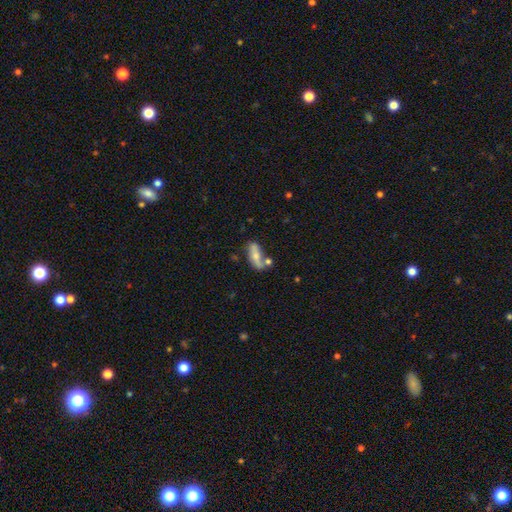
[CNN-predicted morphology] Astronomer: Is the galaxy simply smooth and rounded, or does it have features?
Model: smooth — 55% (runner-up: featured or disk, 37%).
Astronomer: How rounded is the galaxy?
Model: in between — 66%.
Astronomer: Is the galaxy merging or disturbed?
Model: none — 49%.